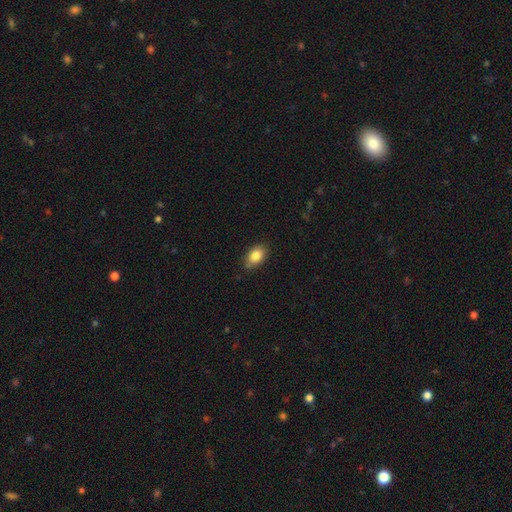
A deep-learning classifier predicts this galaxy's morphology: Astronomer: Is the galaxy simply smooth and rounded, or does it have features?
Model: smooth — 84%.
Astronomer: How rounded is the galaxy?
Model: in between — 87%.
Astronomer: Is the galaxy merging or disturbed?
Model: none — 77%.